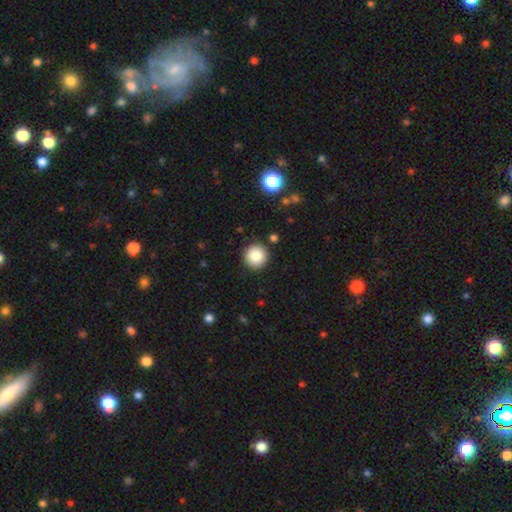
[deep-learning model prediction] The model was most divided on "smooth or featured": smooth: 85%, star or artifact: 10%, featured or disk: 6%. More confident: how rounded — round (96%); merging — none (91%).